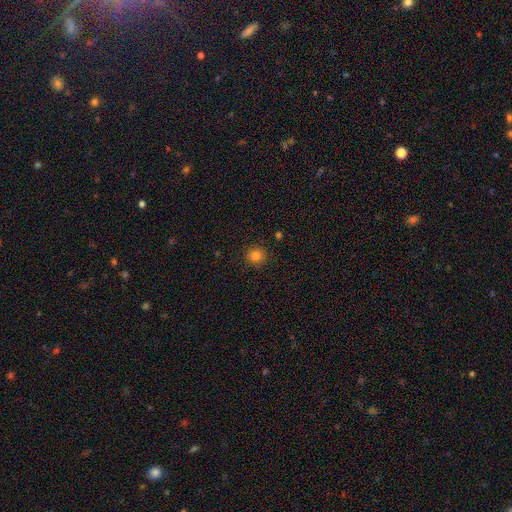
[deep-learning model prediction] The model was most divided on "smooth or featured": smooth: 81%, star or artifact: 14%, featured or disk: 5%. More confident: how rounded — round (92%); merging — none (90%).